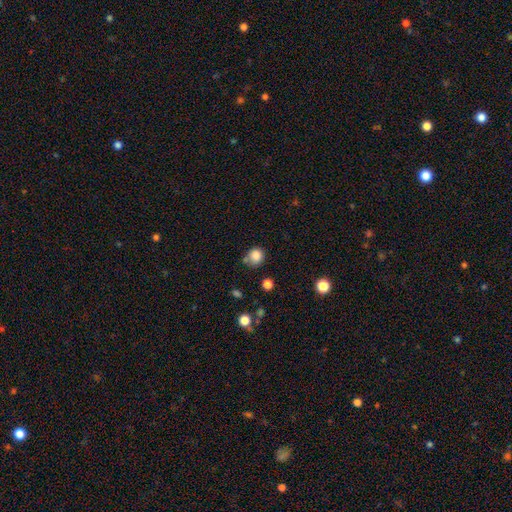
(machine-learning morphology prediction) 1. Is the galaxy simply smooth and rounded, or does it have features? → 84% smooth, 11% star or artifact, 5% featured or disk.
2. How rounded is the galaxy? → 83% round, 16% in between, 1% cigar-shaped.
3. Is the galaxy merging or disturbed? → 61% none, 21% minor disturbance, 12% merger, 6% major disturbance.